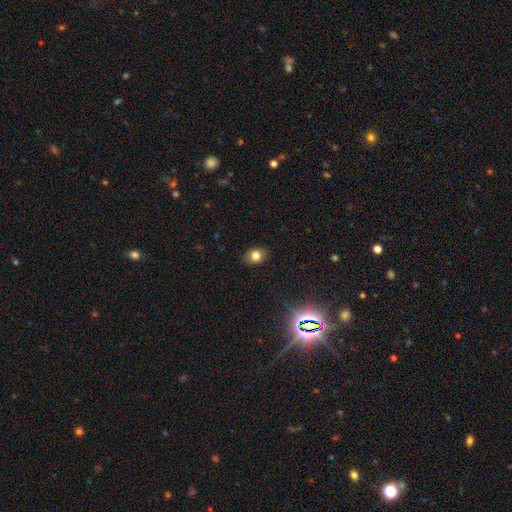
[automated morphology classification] Smooth or featured? smooth (78%)
How rounded? in between (64%)
Merging? none (86%)